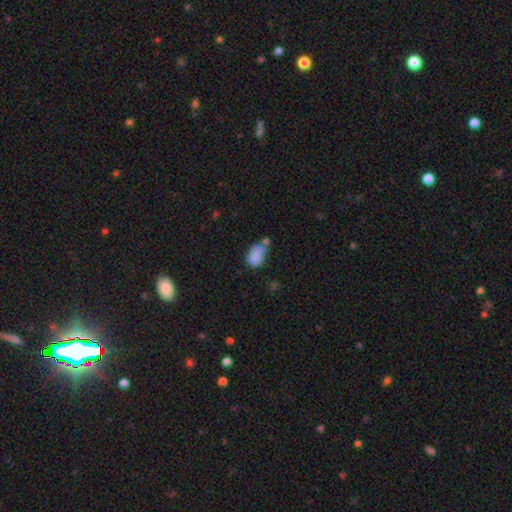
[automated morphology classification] Smooth or featured? Predicted: smooth (p=0.82). How rounded? Predicted: in between (p=0.87). Merging? Predicted: none (p=0.39).